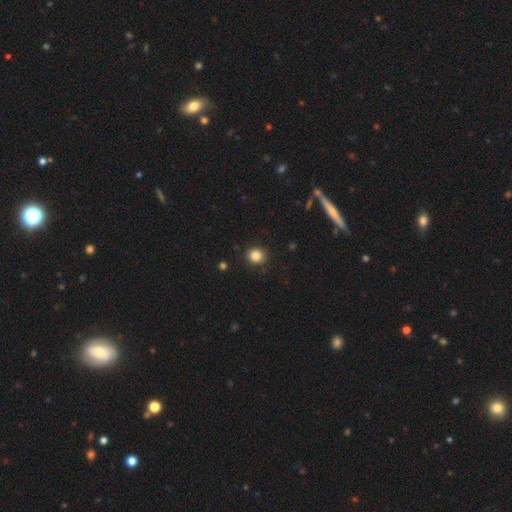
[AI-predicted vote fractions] This appears to be a smooth galaxy with no disk features (84%) that is round (90%). Merging: none (91%).